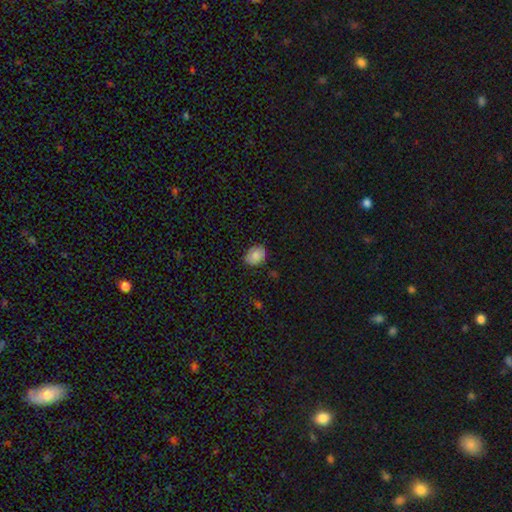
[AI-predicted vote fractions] Morphology: type=smooth (82%); roundness=in between (55%); merging=none (79%).